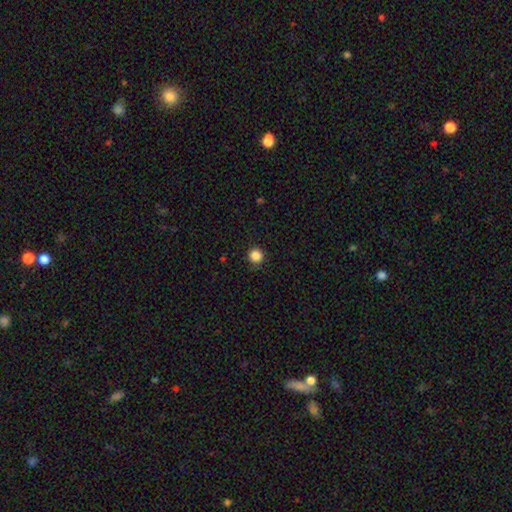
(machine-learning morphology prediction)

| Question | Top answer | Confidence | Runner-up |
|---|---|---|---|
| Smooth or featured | smooth | 86% | star or artifact (11%) |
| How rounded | round | 96% | in between (3%) |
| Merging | none | 92% | minor disturbance (6%) |